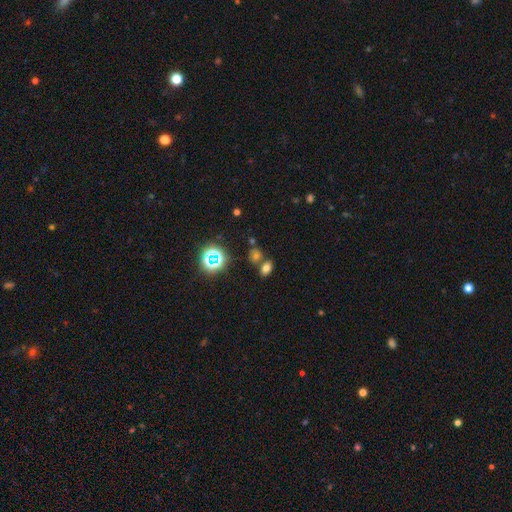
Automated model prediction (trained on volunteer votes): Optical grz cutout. It shows a smooth galaxy with no disk features (50%). Merging: none (59%).